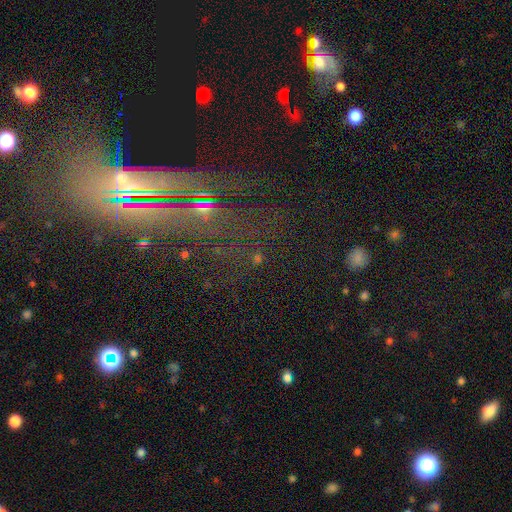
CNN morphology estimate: smooth-or-featured: star or artifact: 52% | featured or disk: 25% | smooth: 23%